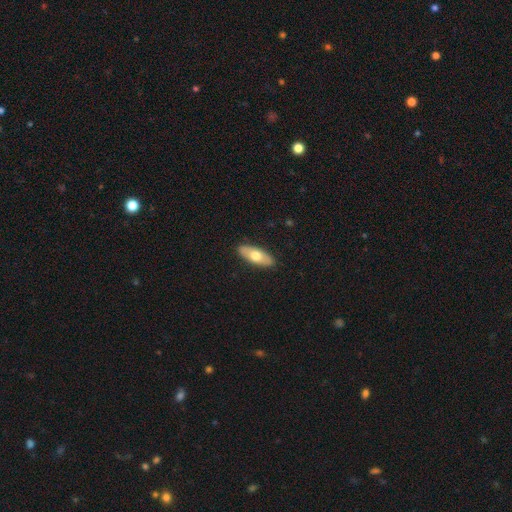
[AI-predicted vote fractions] Smooth or featured: smooth — 64% (featured or disk — 31%)
How rounded: in between — 74% (cigar-shaped — 23%)
Merging: none — 89% (minor disturbance — 8%)